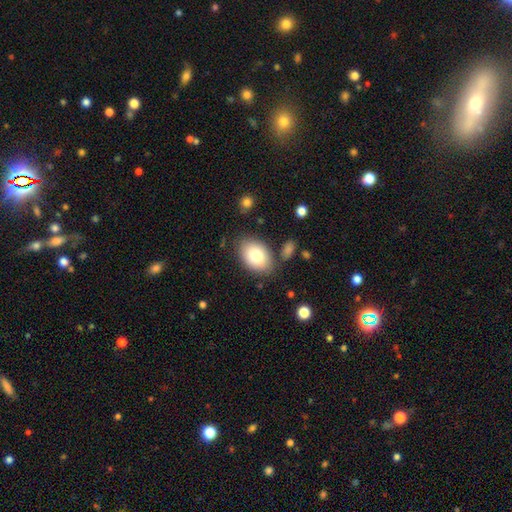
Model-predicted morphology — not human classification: This appears to be a smooth galaxy with no disk features (81%) that is in between round and cigar-shaped (84%). Merging: none (79%).